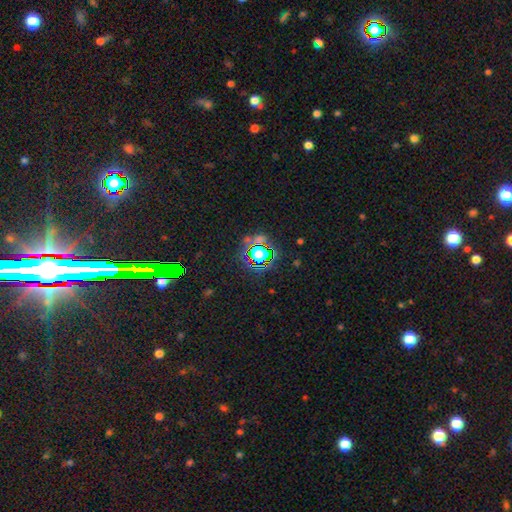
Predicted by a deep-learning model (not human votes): smooth-or-featured: star or artifact: 63% | smooth: 26% | featured or disk: 10%